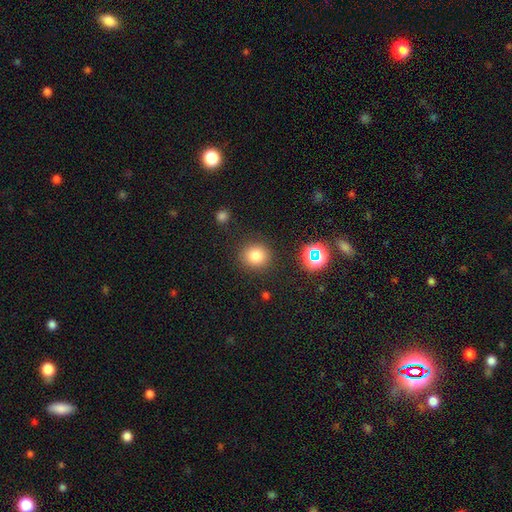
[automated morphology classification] Smooth or featured? Predicted: smooth (p=0.80). How rounded? Predicted: round (p=0.85). Merging? Predicted: none (p=0.87).